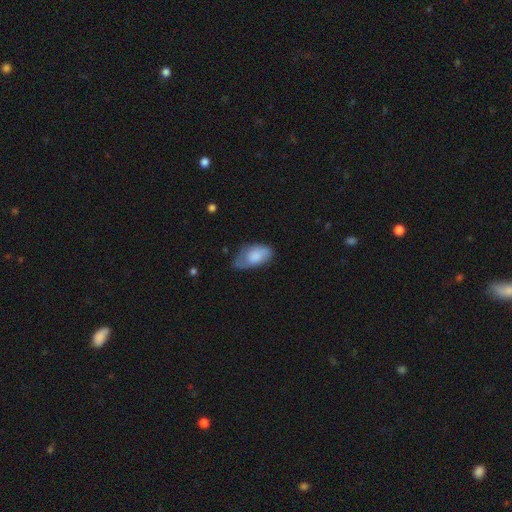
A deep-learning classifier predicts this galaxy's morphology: Smooth or featured? Predicted: smooth (p=0.74). How rounded? Predicted: in between (p=0.93). Merging? Predicted: none (p=0.47).